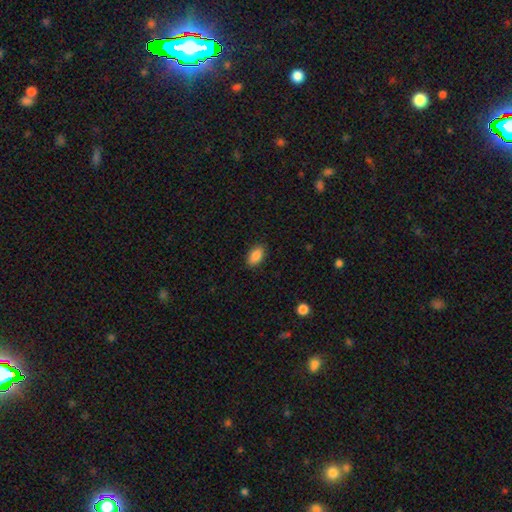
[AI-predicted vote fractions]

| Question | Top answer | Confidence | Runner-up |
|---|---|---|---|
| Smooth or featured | smooth | 87% | star or artifact (8%) |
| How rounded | in between | 92% | round (5%) |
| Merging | none | 88% | minor disturbance (8%) |